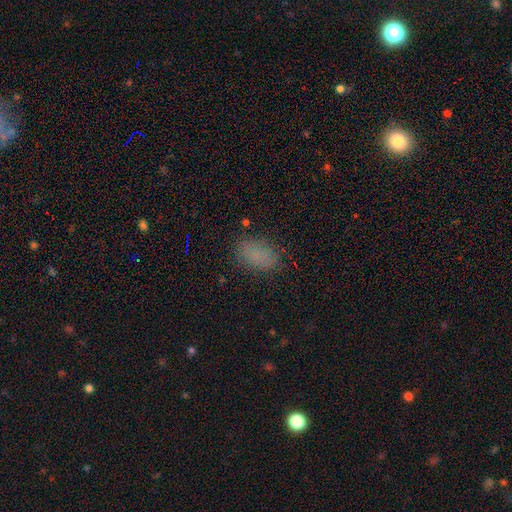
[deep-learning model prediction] A smooth galaxy with no disk features (83%) that is in between round and cigar-shaped (90%).

Vote fractions:
- Smooth or featured? smooth: 83% / star or artifact: 12% / featured or disk: 5%
- How rounded? in between: 90% / round: 8% / cigar-shaped: 2%
- Merging? none: 82% / minor disturbance: 13% / major disturbance: 4% / merger: 1%